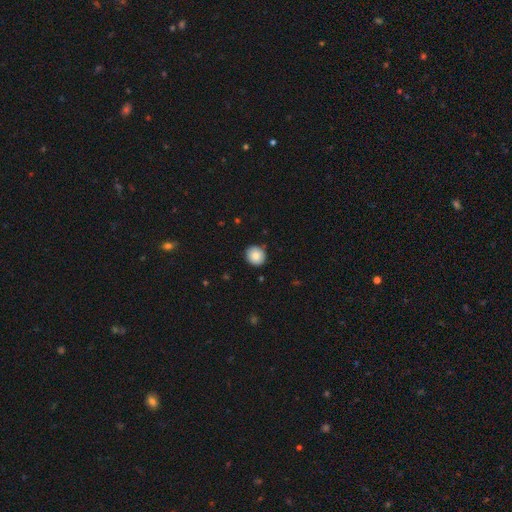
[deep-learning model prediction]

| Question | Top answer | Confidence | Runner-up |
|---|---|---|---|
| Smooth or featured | smooth | 84% | star or artifact (8%) |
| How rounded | round | 92% | in between (7%) |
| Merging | none | 89% | minor disturbance (8%) |